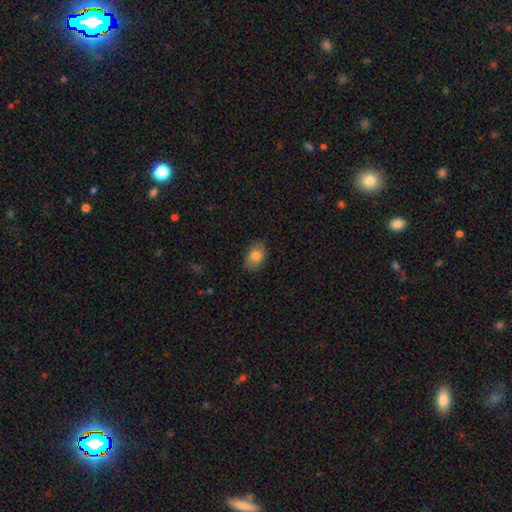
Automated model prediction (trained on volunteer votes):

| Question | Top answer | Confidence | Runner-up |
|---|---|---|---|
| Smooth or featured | smooth | 82% | featured or disk (10%) |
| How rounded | in between | 82% | round (16%) |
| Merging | none | 82% | minor disturbance (14%) |